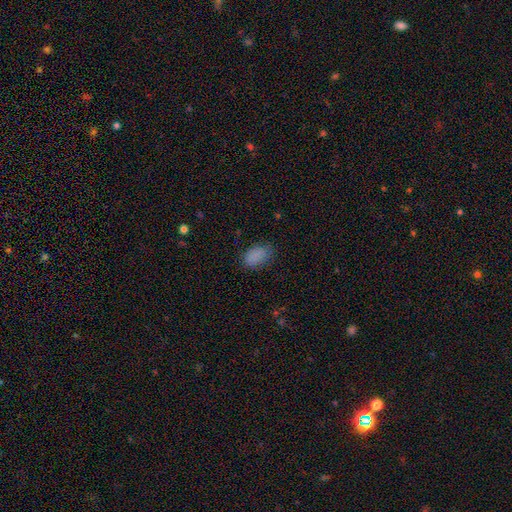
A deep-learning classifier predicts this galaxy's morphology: Q: Smooth or featured?
A: smooth (86%); runner-up: star or artifact (10%)
Q: How rounded?
A: in between (90%); runner-up: round (9%)
Q: Merging?
A: none (77%); runner-up: minor disturbance (17%)